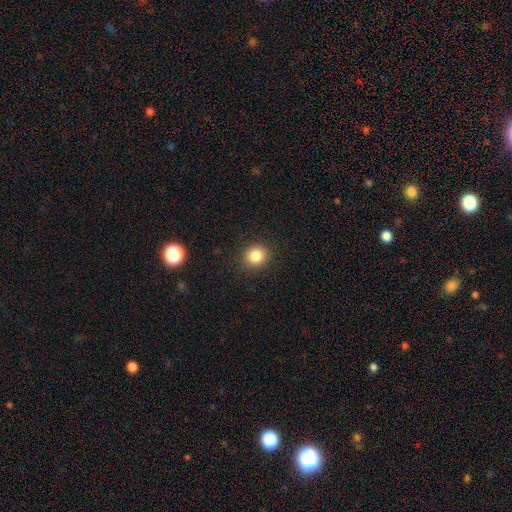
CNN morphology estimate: Q: Smooth or featured?
A: smooth (85%); runner-up: star or artifact (11%)
Q: How rounded?
A: round (83%); runner-up: in between (16%)
Q: Merging?
A: none (90%); runner-up: minor disturbance (7%)